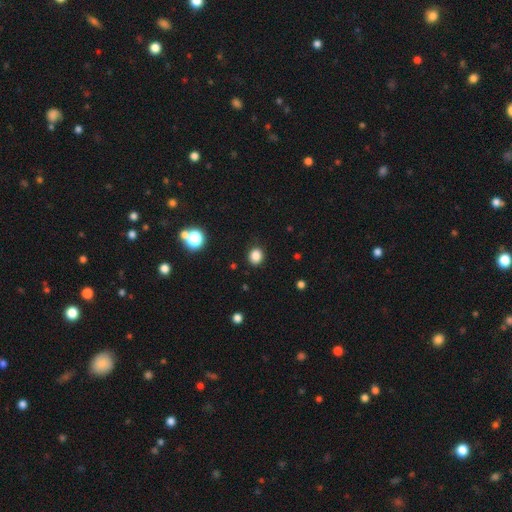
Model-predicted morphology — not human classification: Smooth or featured? Predicted: smooth (p=0.85). How rounded? Predicted: round (p=0.73). Merging? Predicted: none (p=0.89).